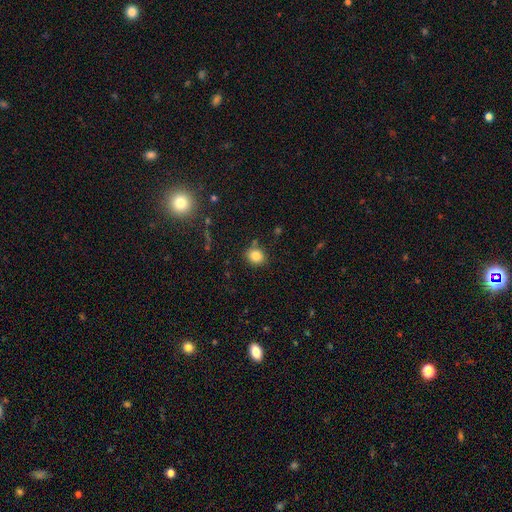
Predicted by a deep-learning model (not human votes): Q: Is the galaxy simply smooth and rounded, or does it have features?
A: smooth — 83%.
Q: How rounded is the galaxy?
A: round — 65%.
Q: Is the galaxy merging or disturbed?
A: none — 82%.